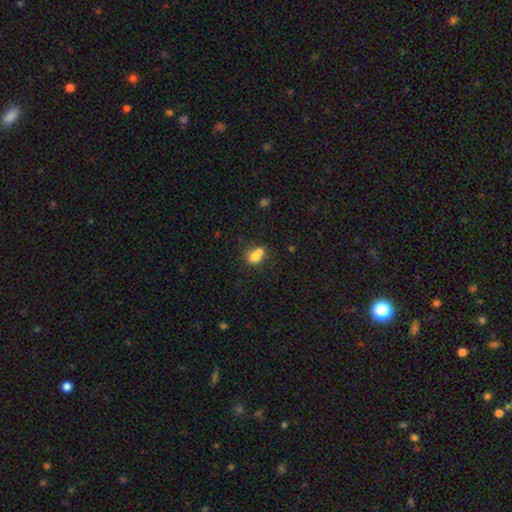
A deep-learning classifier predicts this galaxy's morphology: This appears to be a smooth galaxy with no disk features (73%) that is round (57%). Merging: merger (58%).